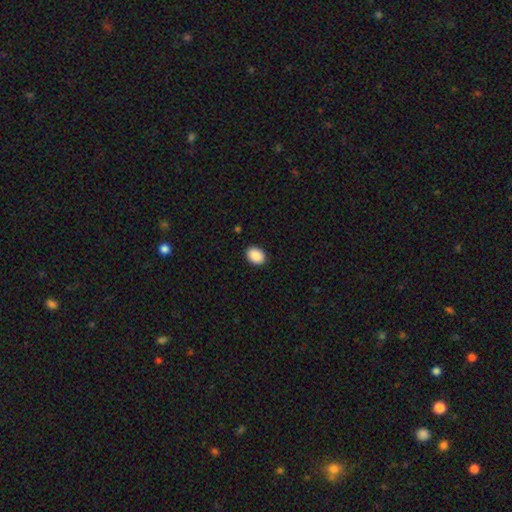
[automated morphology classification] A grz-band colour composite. It shows a smooth galaxy with no disk features (90%) that is in between round and cigar-shaped (69%). Merging: none (91%).